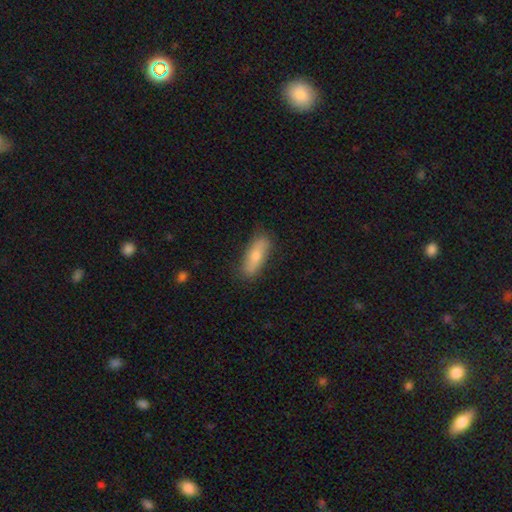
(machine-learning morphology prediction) This is likely a smooth galaxy (68%). How rounded: possibly in between (58%). Merging: clearly none (81%).